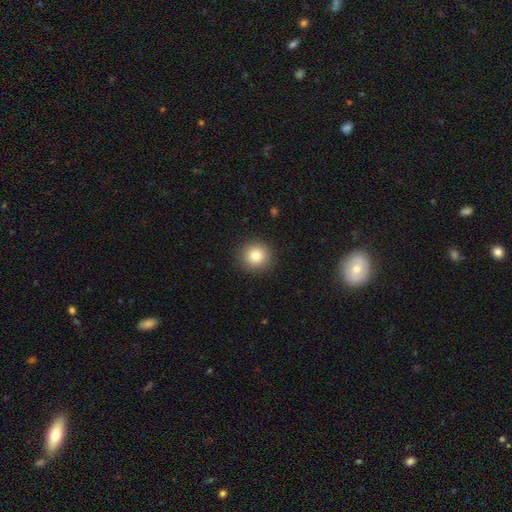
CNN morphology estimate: smooth-or-featured: smooth: 81% | star or artifact: 10% | featured or disk: 8%
  how-rounded: round: 94% | in between: 5% | cigar-shaped: 1%
  merging: none: 91% | minor disturbance: 6% | major disturbance: 2% | merger: 1%